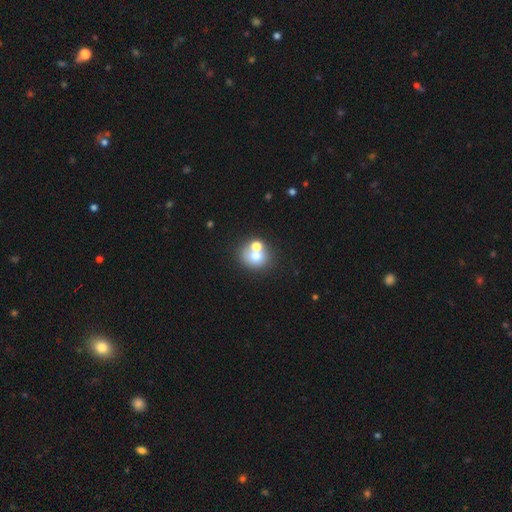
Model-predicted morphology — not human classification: Q: Smooth or featured?
A: smooth (68%); runner-up: featured or disk (19%)
Q: How rounded?
A: round (73%); runner-up: in between (26%)
Q: Merging?
A: none (46%); runner-up: merger (41%)